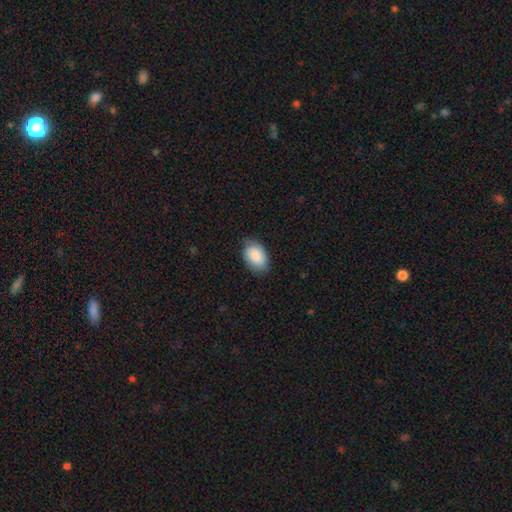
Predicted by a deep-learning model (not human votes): A smooth galaxy with no disk features (86%) that is in between round and cigar-shaped (91%).

Vote fractions:
- Smooth or featured? smooth: 86% / featured or disk: 8% / star or artifact: 6%
- How rounded? in between: 91% / round: 8% / cigar-shaped: 1%
- Merging? none: 77% / minor disturbance: 19% / major disturbance: 3% / merger: 1%